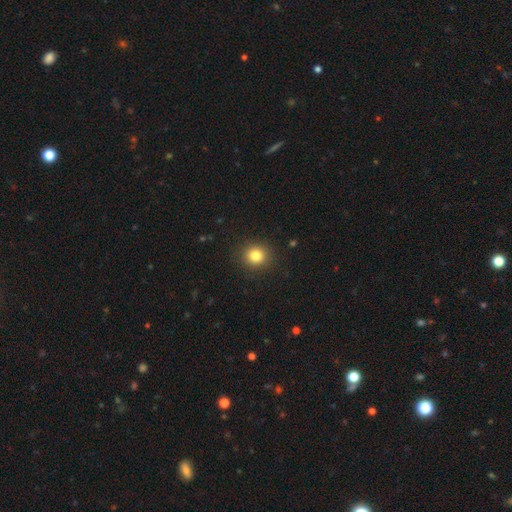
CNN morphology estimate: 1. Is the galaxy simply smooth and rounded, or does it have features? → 82% smooth, 12% star or artifact, 6% featured or disk.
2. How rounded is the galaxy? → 89% round, 10% in between, 1% cigar-shaped.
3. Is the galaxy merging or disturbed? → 90% none, 6% minor disturbance, 2% major disturbance, 1% merger.